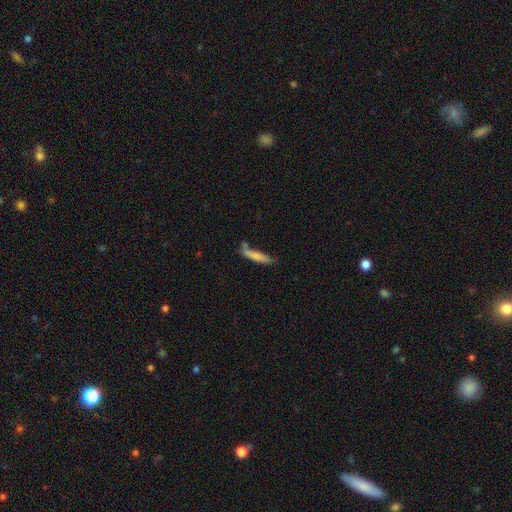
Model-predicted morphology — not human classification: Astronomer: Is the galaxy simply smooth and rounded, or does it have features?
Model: smooth — 71%.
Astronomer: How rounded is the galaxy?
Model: cigar-shaped — 85%.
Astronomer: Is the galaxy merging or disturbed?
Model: none — 51%.